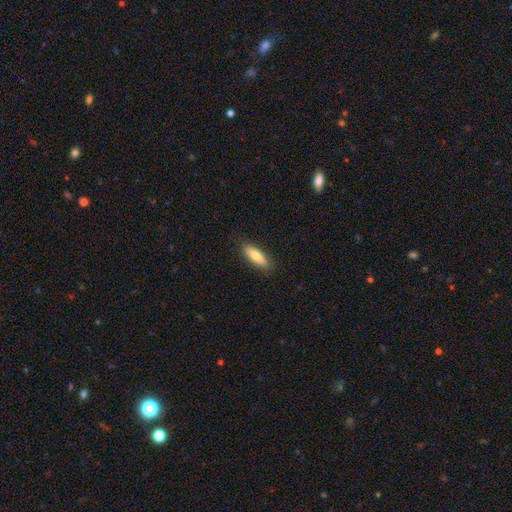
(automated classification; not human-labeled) Overall: smooth (73%). How rounded: cigar-shaped (55%; in between 43%). Merging: none (87%).